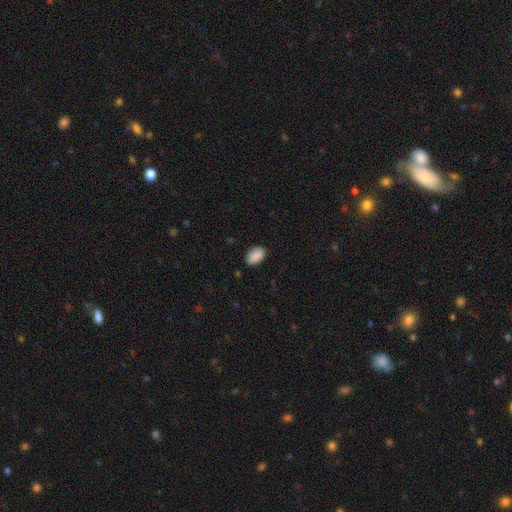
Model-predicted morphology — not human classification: A smooth galaxy with no disk features (90%) that is in between round and cigar-shaped (89%).

Vote fractions:
- Smooth or featured? smooth: 90% / star or artifact: 7% / featured or disk: 3%
- How rounded? in between: 89% / round: 10% / cigar-shaped: 1%
- Merging? none: 85% / minor disturbance: 11% / major disturbance: 2% / merger: 1%